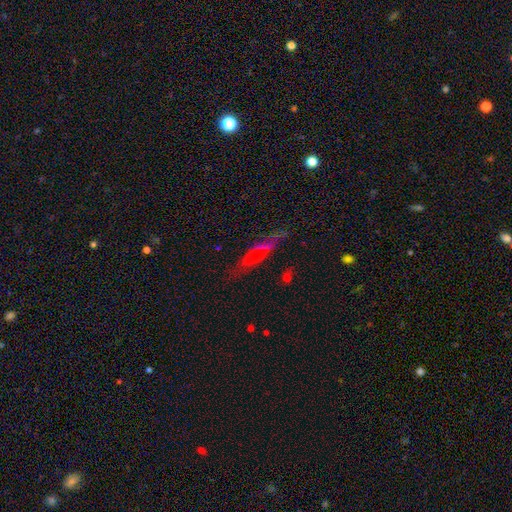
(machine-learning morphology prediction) Smooth or featured? Predicted: smooth (p=0.45). Merging? Predicted: none (p=0.72).